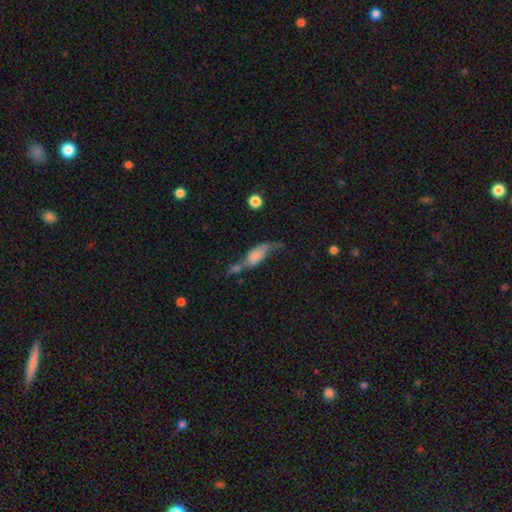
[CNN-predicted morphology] This appears to be a smooth galaxy with no disk features (49%). Merging: merger (32%).